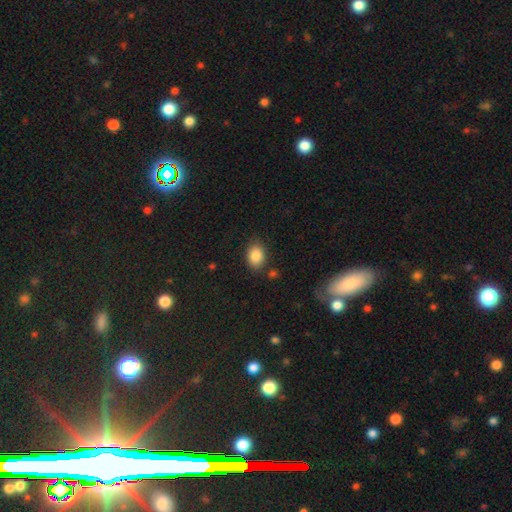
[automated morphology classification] smooth 86%, star or artifact 8%, featured or disk 5%. Down the decision tree: how rounded — in between (70%); merging — none (80%).